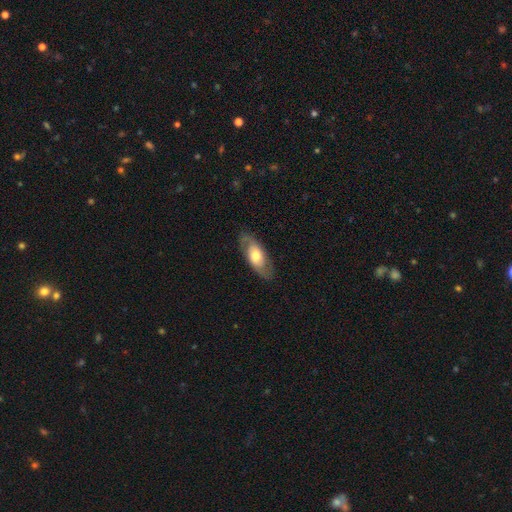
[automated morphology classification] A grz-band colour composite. It shows a featured or disk galaxy (56%). Merging: none (80%).